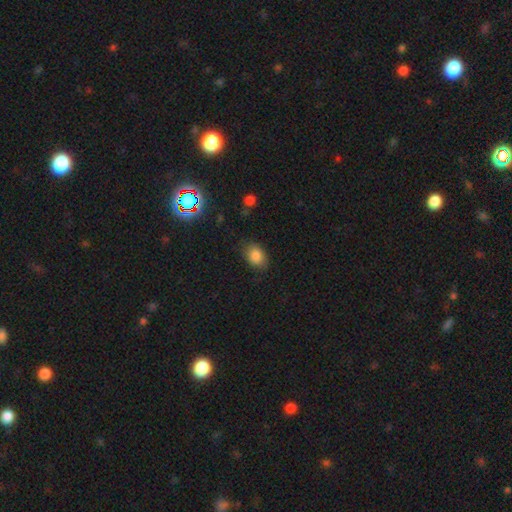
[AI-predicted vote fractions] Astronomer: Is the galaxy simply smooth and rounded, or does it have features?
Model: smooth — 82%.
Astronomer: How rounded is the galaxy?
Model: in between — 75%.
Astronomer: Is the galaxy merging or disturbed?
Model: none — 76%.